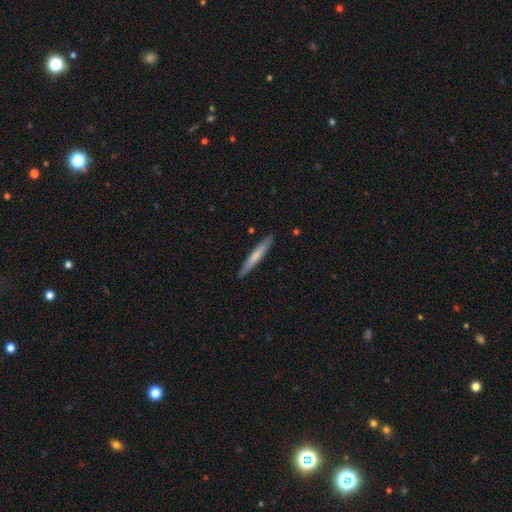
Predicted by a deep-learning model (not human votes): A smooth galaxy with no disk features (63%) that is cigar-shaped (95%).

Vote fractions:
- Smooth or featured? smooth: 63% / featured or disk: 32% / star or artifact: 5%
- How rounded? cigar-shaped: 95% / in between: 4% / round: 1%
- Merging? none: 89% / minor disturbance: 8% / major disturbance: 1% / merger: 1%